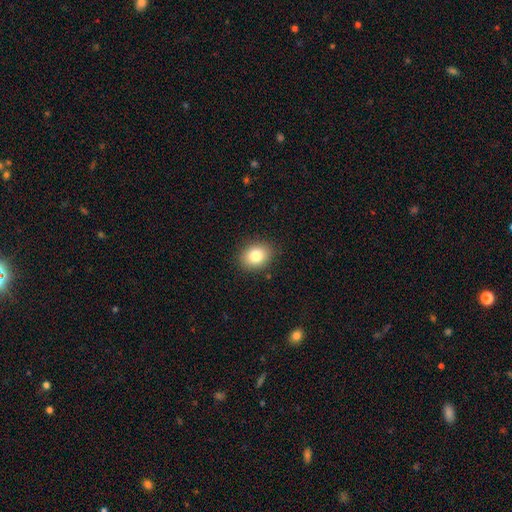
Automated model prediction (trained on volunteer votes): Smooth or featured: smooth — 82% (star or artifact — 9%)
How rounded: in between — 54% (round — 45%)
Merging: none — 88% (minor disturbance — 8%)